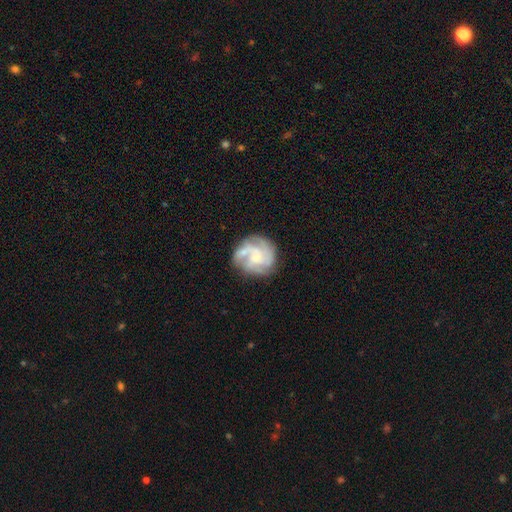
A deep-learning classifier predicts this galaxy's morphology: Smooth or featured? featured or disk (70%)
Edge-on disk? no (98%)
Bar? no (68%)
Spiral arms? yes (83%)
Spiral winding? tight (47%)
Spiral arm count? 3 (34%)
Bulge size? none (38%)
Merging? none (65%)